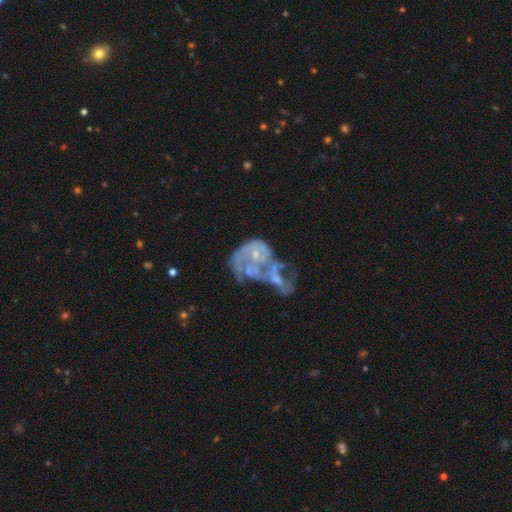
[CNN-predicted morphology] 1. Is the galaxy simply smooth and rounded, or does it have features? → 75% featured or disk, 16% smooth, 10% star or artifact.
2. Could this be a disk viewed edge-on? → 98% no, 2% yes.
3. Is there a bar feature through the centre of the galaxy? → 81% no, 16% weak, 4% strong.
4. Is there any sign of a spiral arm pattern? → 50% yes (tied), 50% no (tied).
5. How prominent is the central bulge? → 42% small, 30% moderate, 25% none, 2% large, 1% dominant.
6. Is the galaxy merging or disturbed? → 51% merger, 29% major disturbance, 12% none, 9% minor disturbance.